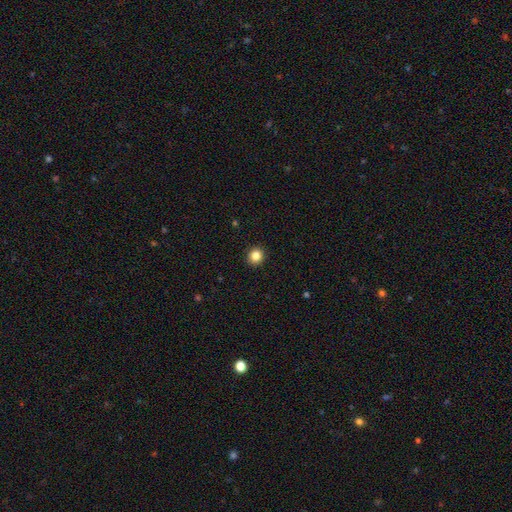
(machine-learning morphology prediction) smooth 84%, star or artifact 11%, featured or disk 5%. Down the decision tree: how rounded — round (87%); merging — none (92%).